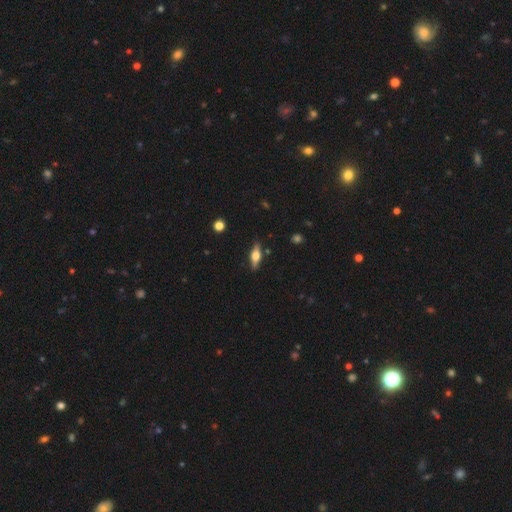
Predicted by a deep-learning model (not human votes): A featured or disk galaxy (52%) viewed edge-on (92%). Merging: none (85%).